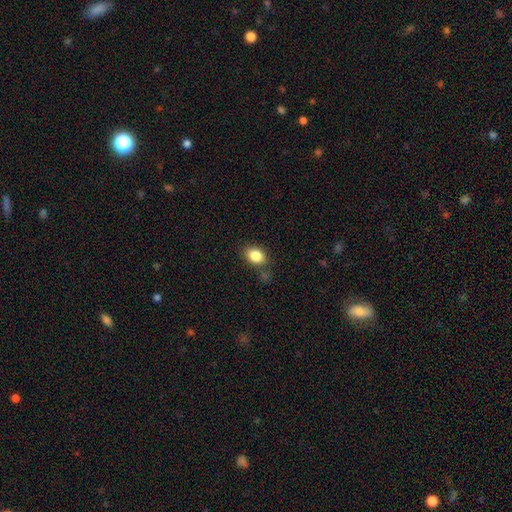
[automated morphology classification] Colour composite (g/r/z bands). It shows a smooth galaxy with no disk features (85%) that is in between round and cigar-shaped (71%). Merging: none (72%).